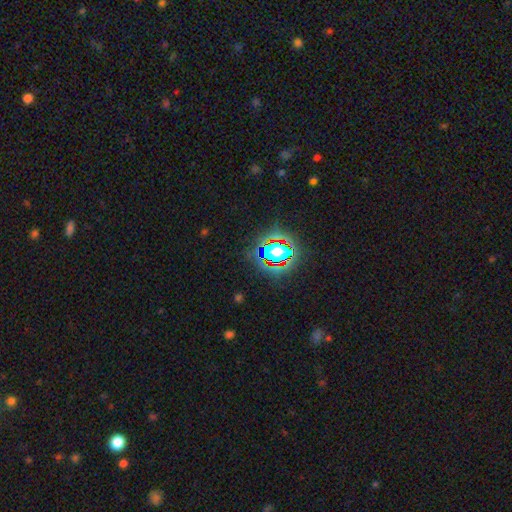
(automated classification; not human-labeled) Q: Smooth or featured?
A: star or artifact (78%); runner-up: smooth (14%)